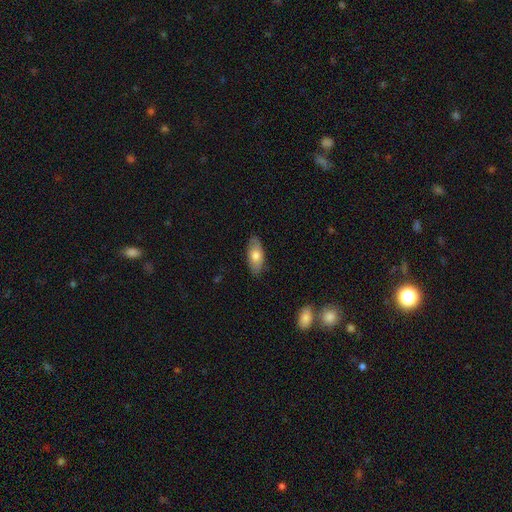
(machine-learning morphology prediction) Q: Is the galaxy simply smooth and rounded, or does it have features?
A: smooth — 71%.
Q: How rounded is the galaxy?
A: in between — 88%.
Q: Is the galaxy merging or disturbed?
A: none — 84%.